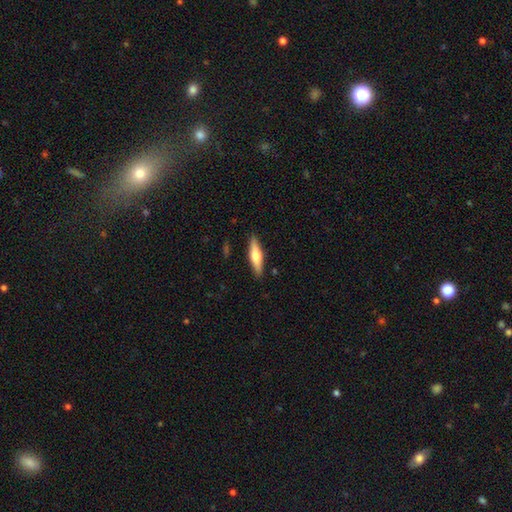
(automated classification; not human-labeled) Smooth or featured?
  - smooth: 50% *
  - featured or disk: 45%
  - star or artifact: 5%
Merging?
  - none: 89% *
  - minor disturbance: 8%
  - major disturbance: 2%
  - merger: 1%